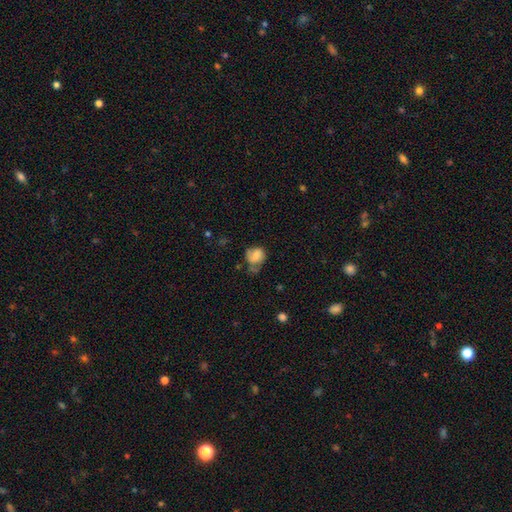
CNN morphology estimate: A smooth galaxy with no disk features (65%) that is round (59%). Merging: none (34%).